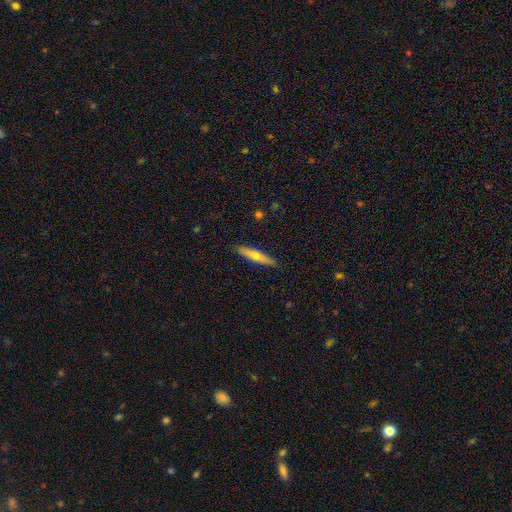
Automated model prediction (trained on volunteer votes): Overall: smooth (58%; featured or disk 36%). How rounded: cigar-shaped (83%). Merging: none (88%).